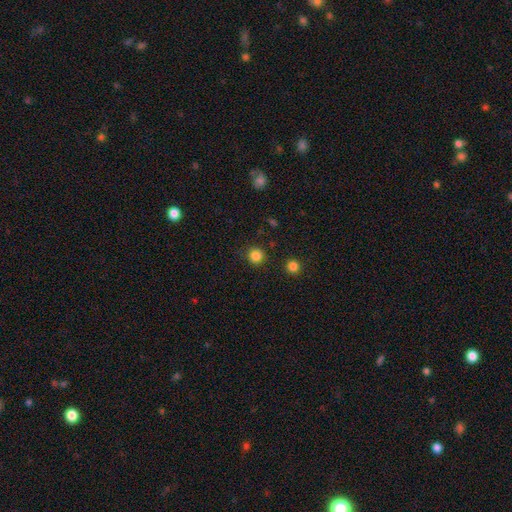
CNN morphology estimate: type=smooth (84%); roundness=round (94%); merging=none (88%).